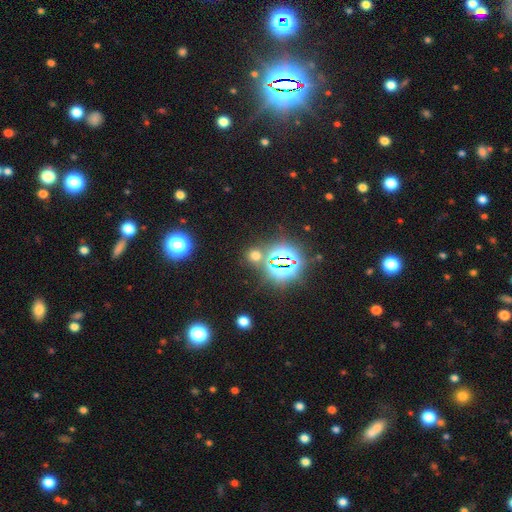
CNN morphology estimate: A star or artifact, not a galaxy (49%).